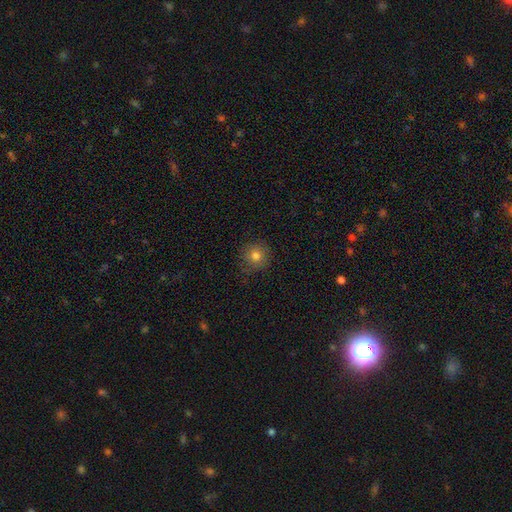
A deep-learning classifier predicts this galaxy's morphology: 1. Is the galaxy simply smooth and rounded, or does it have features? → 79% smooth, 13% star or artifact, 8% featured or disk.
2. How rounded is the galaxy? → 93% round, 6% in between, 1% cigar-shaped.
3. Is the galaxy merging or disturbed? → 85% none, 11% minor disturbance, 3% major disturbance, 1% merger.